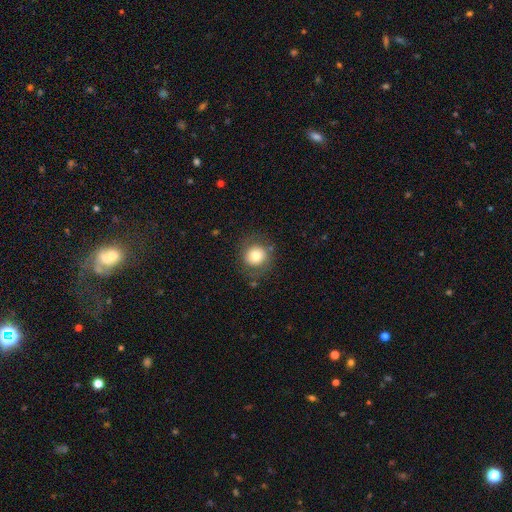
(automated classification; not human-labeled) Smooth or featured? Predicted: smooth (p=0.74). How rounded? Predicted: round (p=0.88). Merging? Predicted: none (p=0.79).